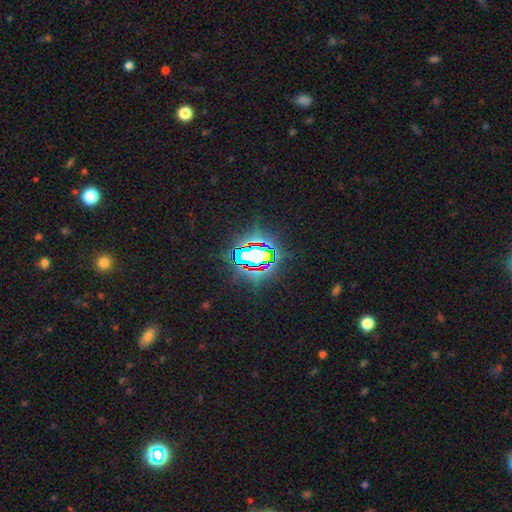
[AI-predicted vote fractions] Morphology: type=star or artifact (73%).